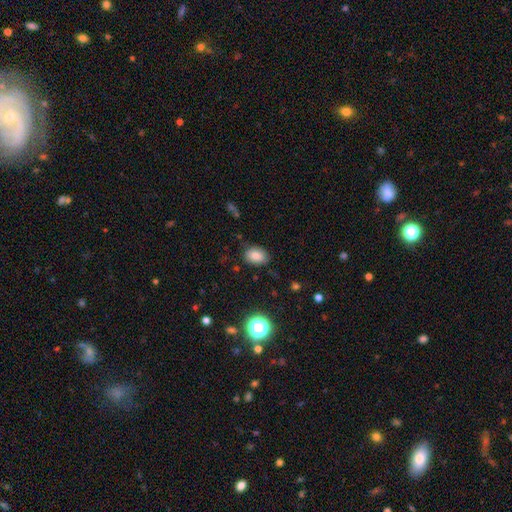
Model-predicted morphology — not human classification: smooth_or_featured: smooth (p=0.82) [alt: star or artifact p=0.11]
how_rounded: in between (p=0.77) [alt: round p=0.22]
merging: none (p=0.81) [alt: minor disturbance p=0.14]